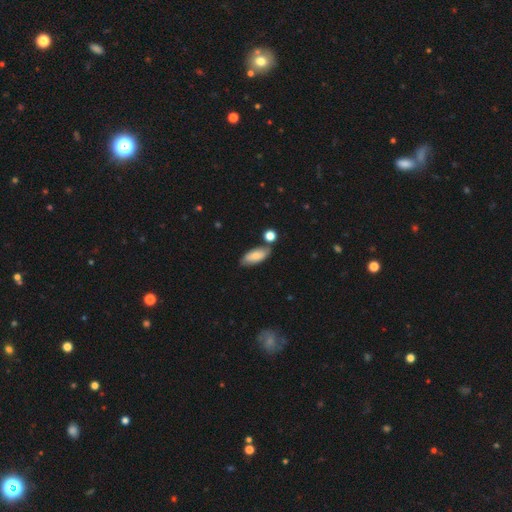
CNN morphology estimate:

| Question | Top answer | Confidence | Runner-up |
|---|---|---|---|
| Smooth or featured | smooth | 73% | featured or disk (20%) |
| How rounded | in between | 83% | cigar-shaped (14%) |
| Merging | none | 70% | minor disturbance (16%) |